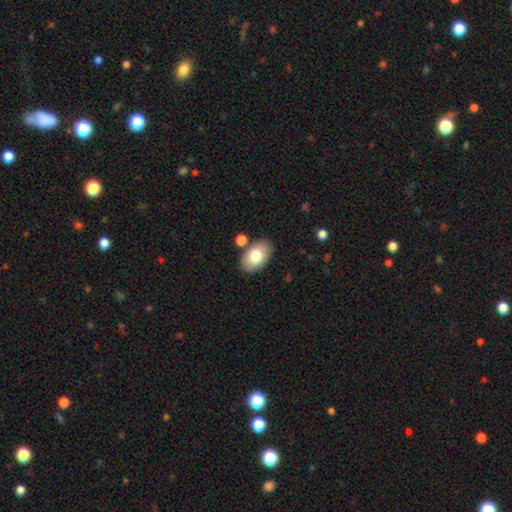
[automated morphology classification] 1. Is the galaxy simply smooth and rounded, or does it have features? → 78% smooth, 15% featured or disk, 7% star or artifact.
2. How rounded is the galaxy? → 91% in between, 7% round, 1% cigar-shaped.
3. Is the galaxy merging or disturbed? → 81% none, 11% minor disturbance, 6% merger, 3% major disturbance.